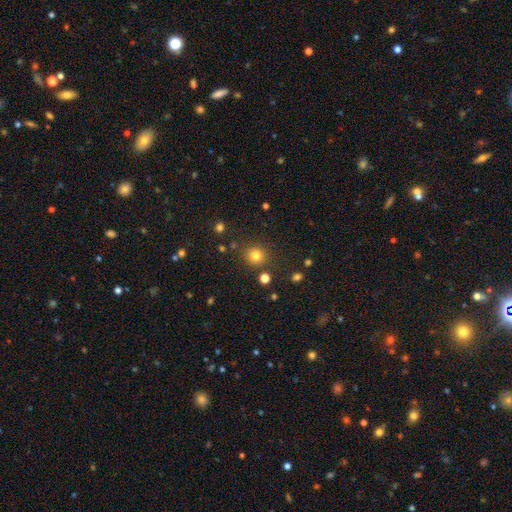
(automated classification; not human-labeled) Q: Smooth or featured?
A: smooth (80%); runner-up: star or artifact (14%)
Q: How rounded?
A: round (90%); runner-up: in between (9%)
Q: Merging?
A: none (84%); runner-up: minor disturbance (8%)